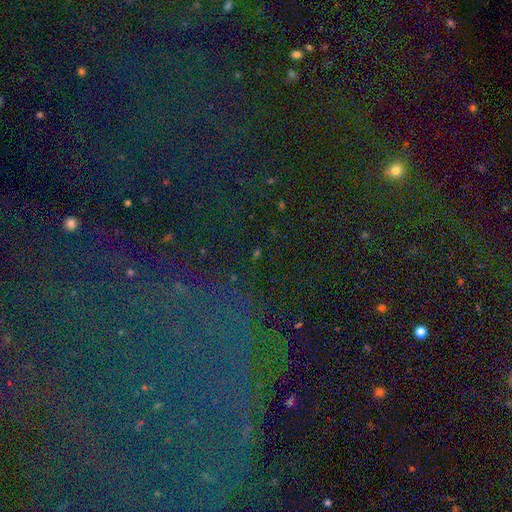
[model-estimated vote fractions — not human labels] Overall: star or artifact (79%).